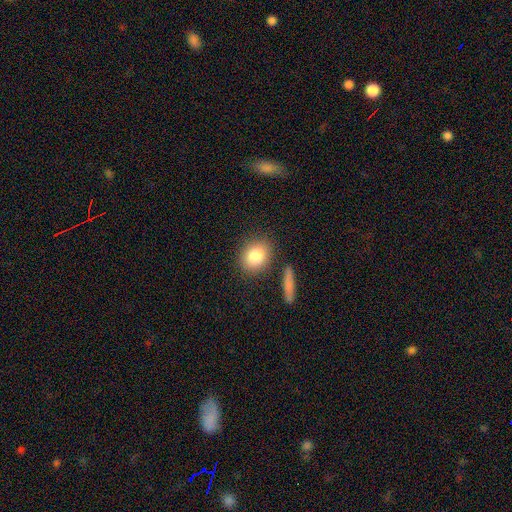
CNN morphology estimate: Smooth or featured?
  - smooth: 82% *
  - featured or disk: 9%
  - star or artifact: 8%
How rounded?
  - round: 59% *
  - in between: 39%
  - cigar-shaped: 2%
Merging?
  - none: 82% *
  - minor disturbance: 10%
  - merger: 6%
  - major disturbance: 3%